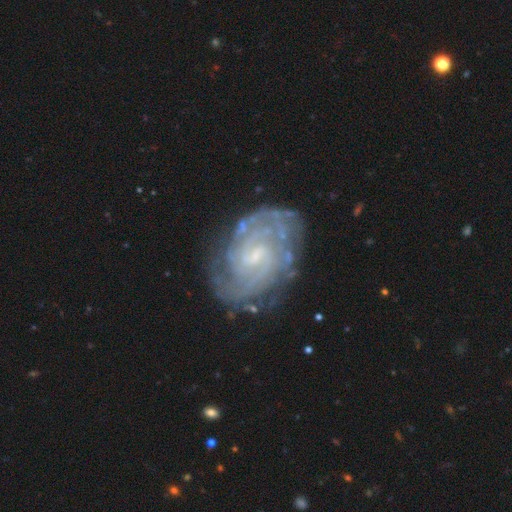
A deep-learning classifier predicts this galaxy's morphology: Q: Smooth or featured?
A: featured or disk (88%); runner-up: smooth (6%)
Q: Edge-on disk?
A: no (97%); runner-up: yes (3%)
Q: Bar?
A: weak (54%); runner-up: no (33%)
Q: Spiral arms?
A: yes (97%); runner-up: no (3%)
Q: Spiral winding?
A: tight (70%); runner-up: medium (25%)
Q: Spiral arm count?
A: 2 (33%); runner-up: can't tell (30%)
Q: Bulge size?
A: small (65%); runner-up: moderate (21%)
Q: Merging?
A: none (76%); runner-up: minor disturbance (16%)